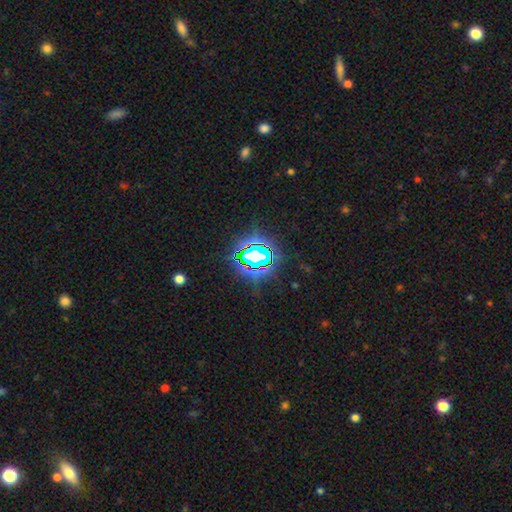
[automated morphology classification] type=star or artifact (74%).